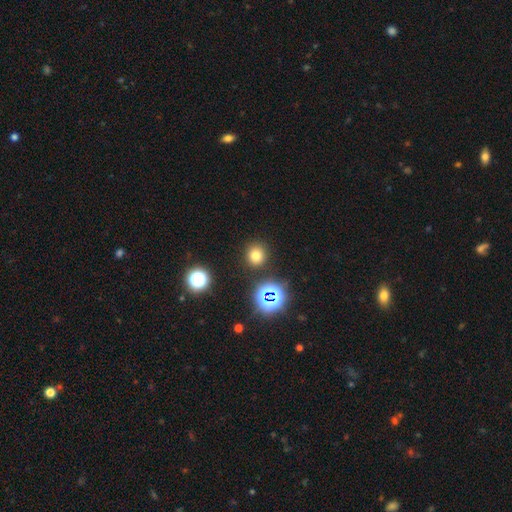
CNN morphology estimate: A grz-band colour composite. It shows a smooth galaxy with no disk features (72%) that is round (89%). Merging: none (88%).